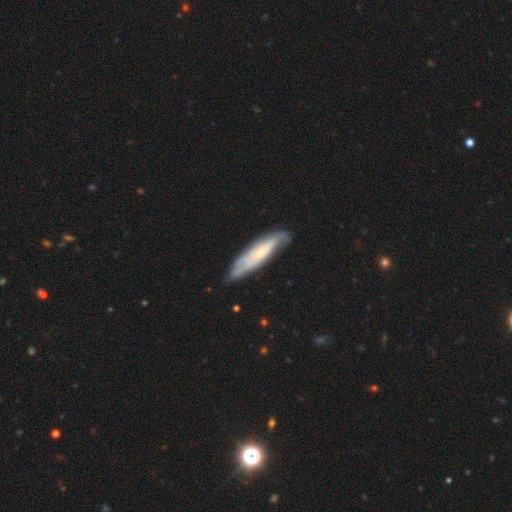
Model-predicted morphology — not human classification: featured or disk 55%, smooth 38%, star or artifact 7%. Down the decision tree: edge-on disk — no (54%); merging — none (71%).